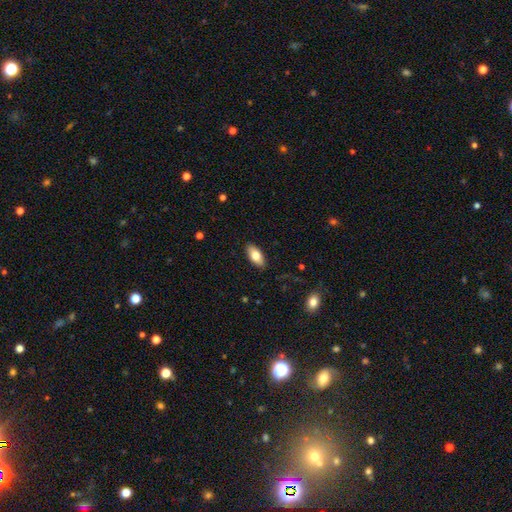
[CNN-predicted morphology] Smooth or featured? smooth (76%)
How rounded? in between (88%)
Merging? none (88%)